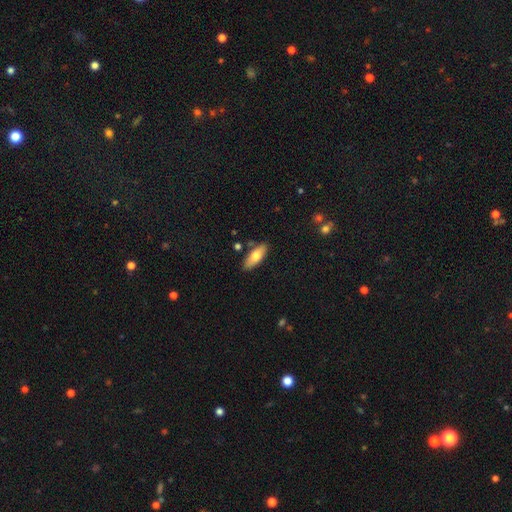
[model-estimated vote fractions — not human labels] smooth_or_featured: smooth (p=0.73) [alt: featured or disk p=0.21]
how_rounded: in between (p=0.69) [alt: cigar-shaped p=0.29]
merging: none (p=0.82) [alt: minor disturbance p=0.12]